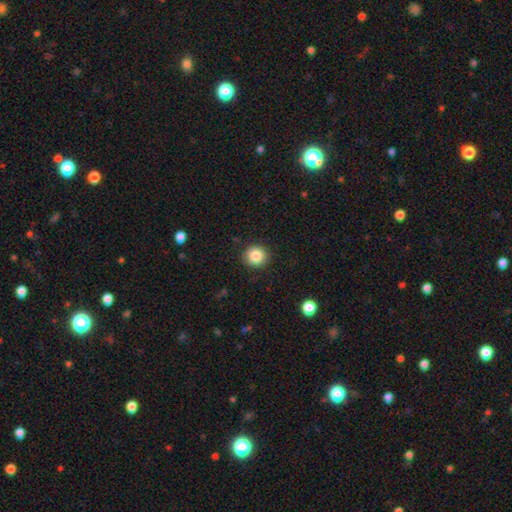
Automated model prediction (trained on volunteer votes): smooth_or_featured: smooth (p=0.86) [alt: star or artifact p=0.09]
how_rounded: round (p=0.93) [alt: in between p=0.06]
merging: none (p=0.90) [alt: minor disturbance p=0.07]